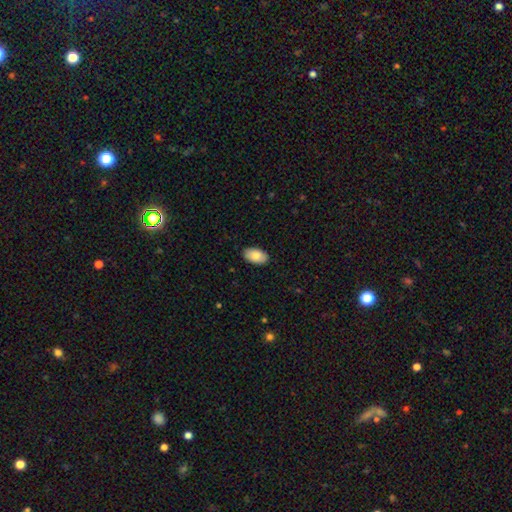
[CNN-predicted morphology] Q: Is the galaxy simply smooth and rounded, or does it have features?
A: smooth — 84%.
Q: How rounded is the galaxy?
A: in between — 95%.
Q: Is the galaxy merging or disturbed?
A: none — 90%.